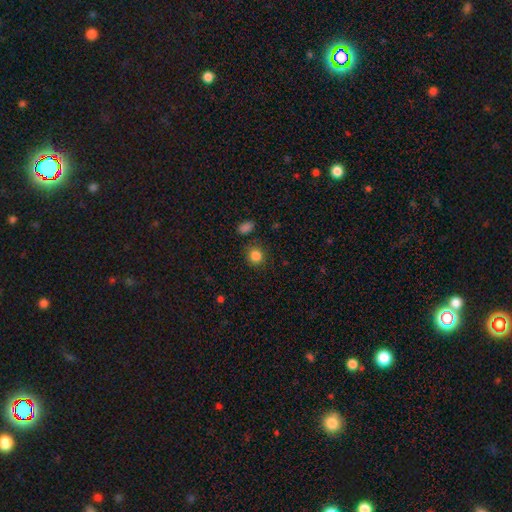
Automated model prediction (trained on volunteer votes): Smooth or featured? smooth (85%)
How rounded? round (87%)
Merging? none (85%)